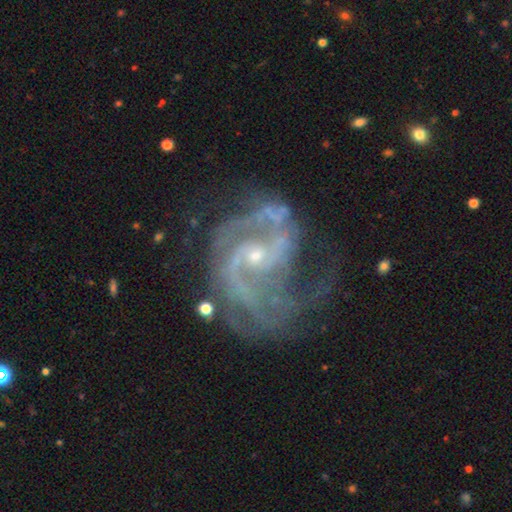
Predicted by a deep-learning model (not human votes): The model was most divided on "bar": weak: 43%, no: 40%, strong: 18%. More confident: edge-on disk — no (98%); spiral arms — yes (97%); smooth or featured — featured or disk (89%); bulge size — small (78%); spiral arm count — 2 (67%); spiral winding — medium (54%); merging — none (51%).